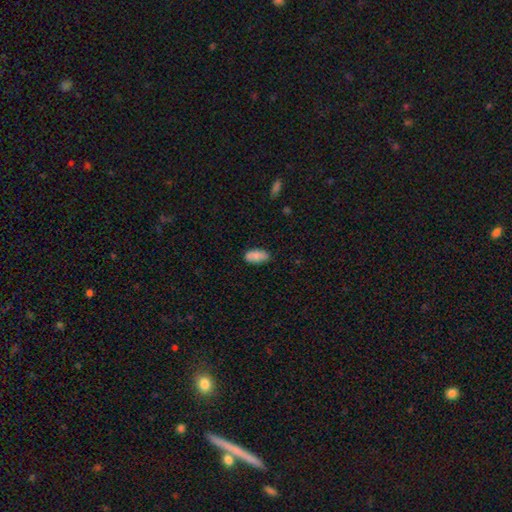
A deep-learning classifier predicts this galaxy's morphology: Overall: smooth (81%). How rounded: in between (92%). Merging: none (75%).